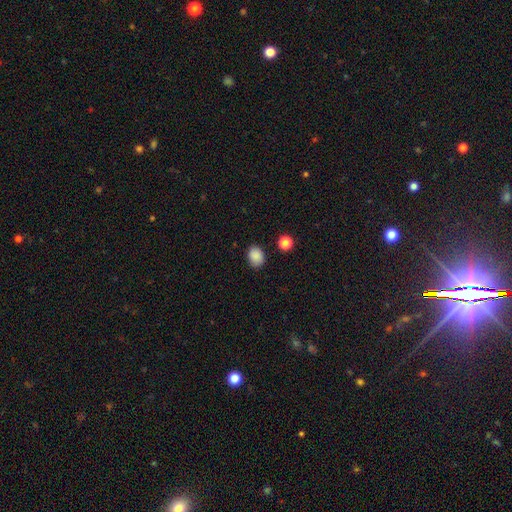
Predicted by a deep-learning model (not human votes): Q: Smooth or featured?
A: smooth (87%); runner-up: star or artifact (9%)
Q: How rounded?
A: in between (60%); runner-up: round (39%)
Q: Merging?
A: none (82%); runner-up: minor disturbance (13%)